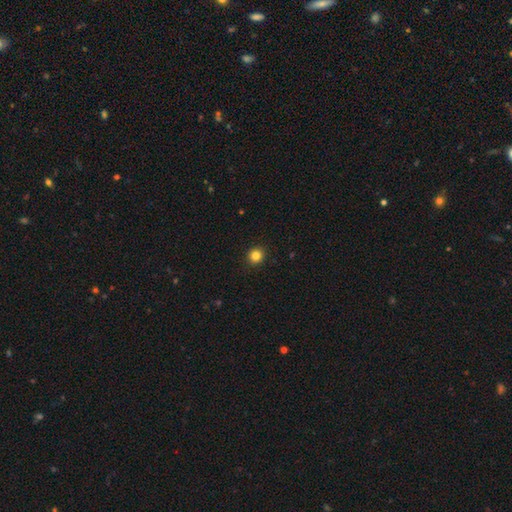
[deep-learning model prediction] Smooth or featured? Predicted: smooth (p=0.83). How rounded? Predicted: round (p=0.90). Merging? Predicted: none (p=0.93).